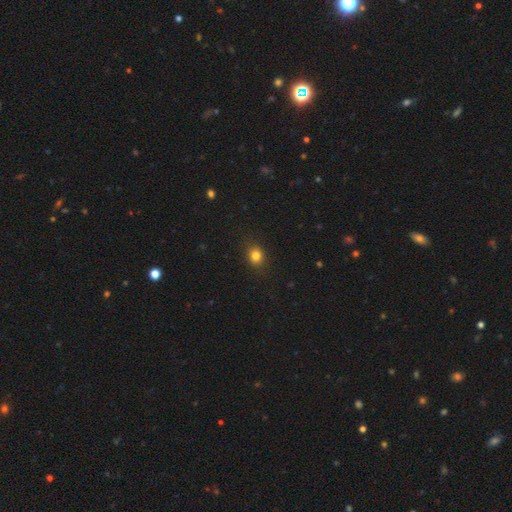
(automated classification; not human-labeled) Overall: smooth (82%). How rounded: round (67%; in between 32%). Merging: none (89%).